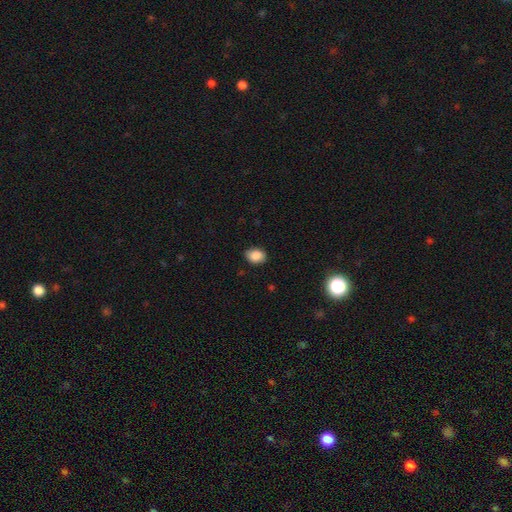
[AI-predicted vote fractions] Morphology: type=smooth (88%); roundness=in between (67%); merging=none (86%).